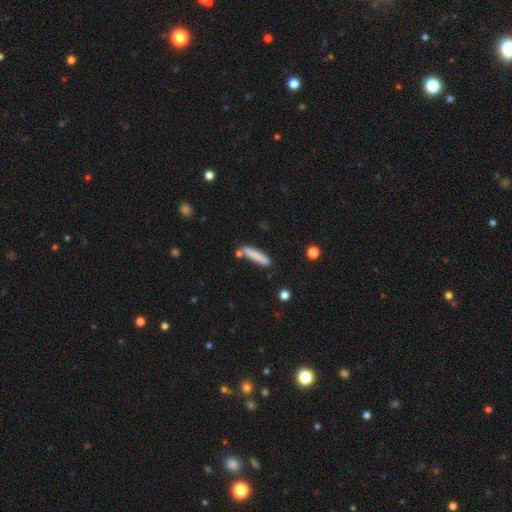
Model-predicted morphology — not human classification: A smooth galaxy with no disk features (80%) that is cigar-shaped (89%).

Vote fractions:
- Smooth or featured? smooth: 80% / featured or disk: 14% / star or artifact: 6%
- How rounded? cigar-shaped: 89% / in between: 9% / round: 1%
- Merging? none: 77% / minor disturbance: 12% / merger: 8% / major disturbance: 3%